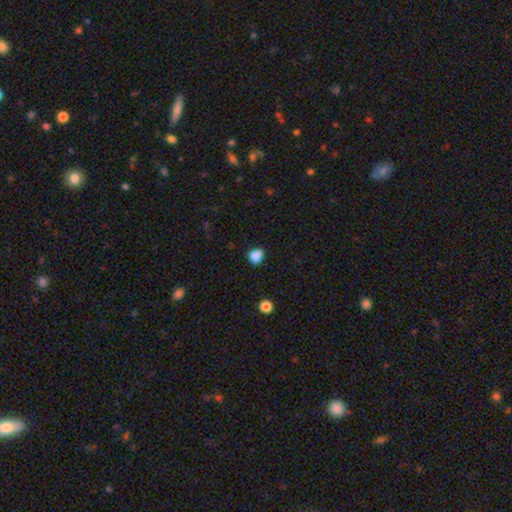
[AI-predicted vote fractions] Q: Smooth or featured?
A: smooth (85%); runner-up: star or artifact (11%)
Q: How rounded?
A: round (54%); runner-up: in between (45%)
Q: Merging?
A: none (65%); runner-up: minor disturbance (23%)